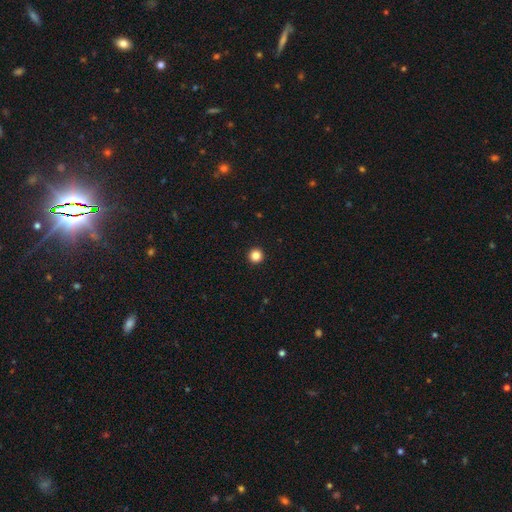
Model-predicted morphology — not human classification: The model was most divided on "smooth or featured": smooth: 86%, star or artifact: 11%, featured or disk: 3%. More confident: how rounded — round (97%); merging — none (94%).